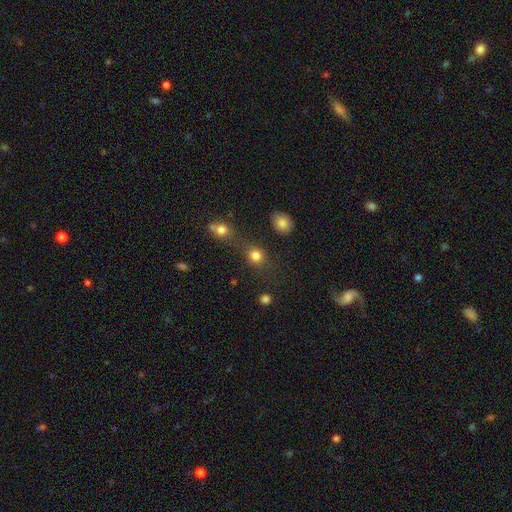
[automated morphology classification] This appears to be a smooth galaxy with no disk features (80%) that is round (81%). Merging: none (59%).